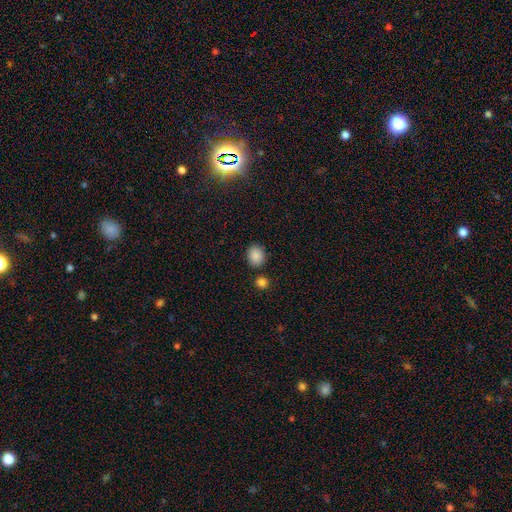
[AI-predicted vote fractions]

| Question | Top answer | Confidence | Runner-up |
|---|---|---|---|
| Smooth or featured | smooth | 87% | star or artifact (9%) |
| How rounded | round | 69% | in between (30%) |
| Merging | none | 83% | minor disturbance (9%) |